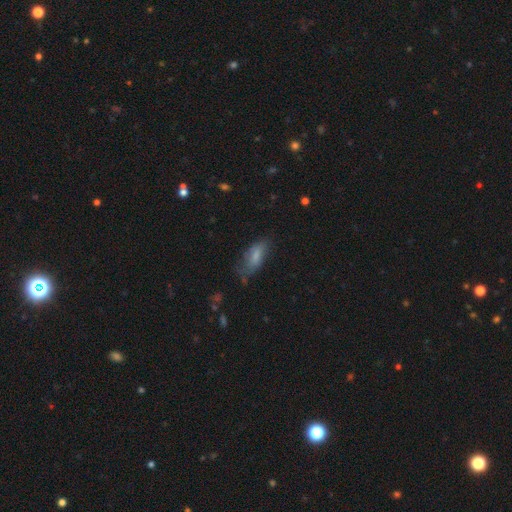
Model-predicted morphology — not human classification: A smooth galaxy with no disk features (74%) that is in between round and cigar-shaped (80%). Merging: none (51%).